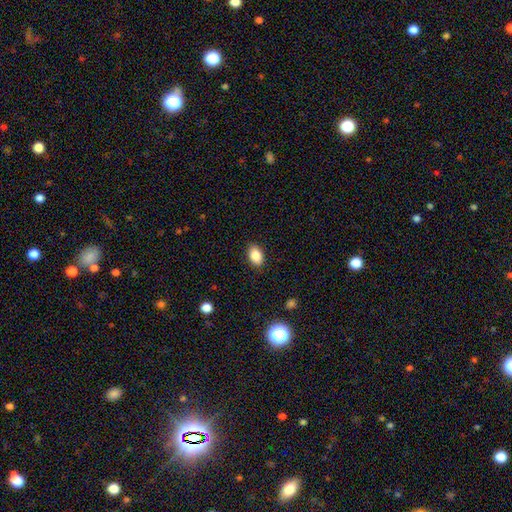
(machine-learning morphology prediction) type=smooth (86%); roundness=in between (87%); merging=none (88%).